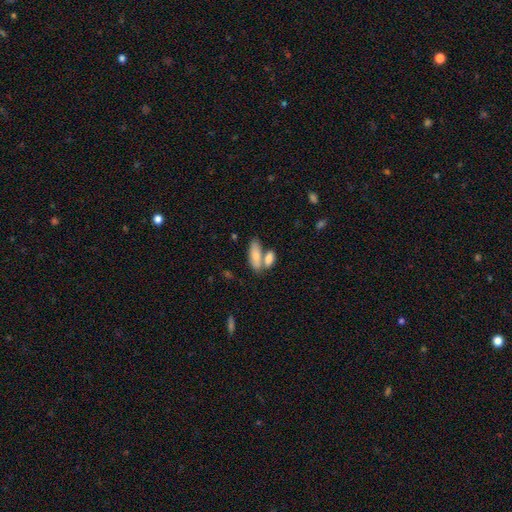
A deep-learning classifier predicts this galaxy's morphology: smooth-or-featured: smooth: 77% | featured or disk: 17% | star or artifact: 6%
  how-rounded: in between: 78% | cigar-shaped: 19% | round: 3%
  merging: merger: 46% | none: 40% | minor disturbance: 10% | major disturbance: 4%